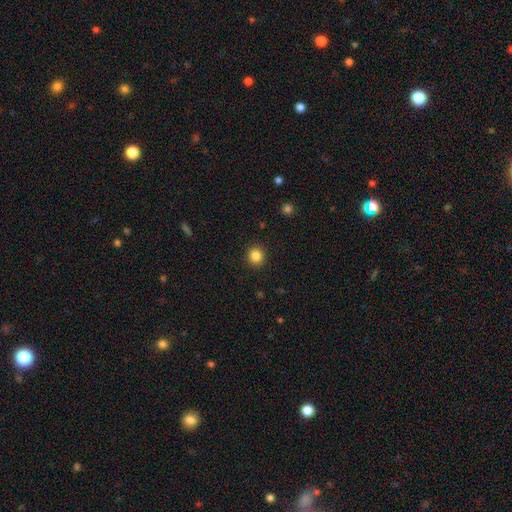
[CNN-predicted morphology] Q: Smooth or featured?
A: smooth (85%); runner-up: star or artifact (11%)
Q: How rounded?
A: round (90%); runner-up: in between (9%)
Q: Merging?
A: none (91%); runner-up: minor disturbance (6%)